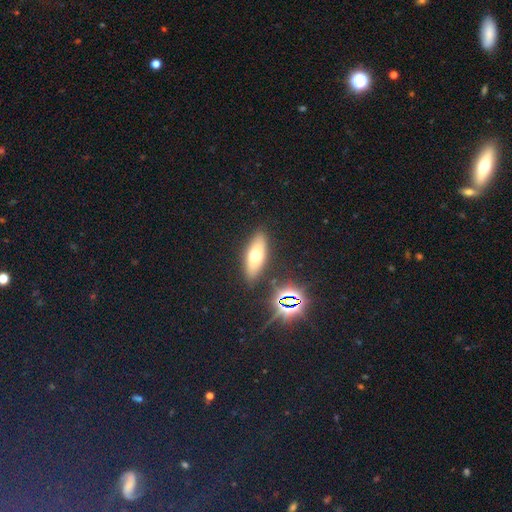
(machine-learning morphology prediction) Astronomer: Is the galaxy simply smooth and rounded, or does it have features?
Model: smooth — 59%.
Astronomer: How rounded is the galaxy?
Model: in between — 64%.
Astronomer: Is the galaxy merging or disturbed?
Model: none — 87%.